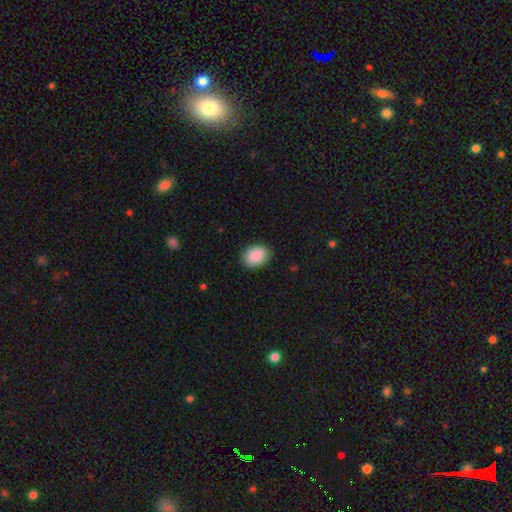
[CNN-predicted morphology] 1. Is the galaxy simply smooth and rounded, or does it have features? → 90% smooth, 6% star or artifact, 3% featured or disk.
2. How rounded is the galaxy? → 70% in between, 29% round, 1% cigar-shaped.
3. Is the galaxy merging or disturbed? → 86% none, 10% minor disturbance, 2% major disturbance, 1% merger.